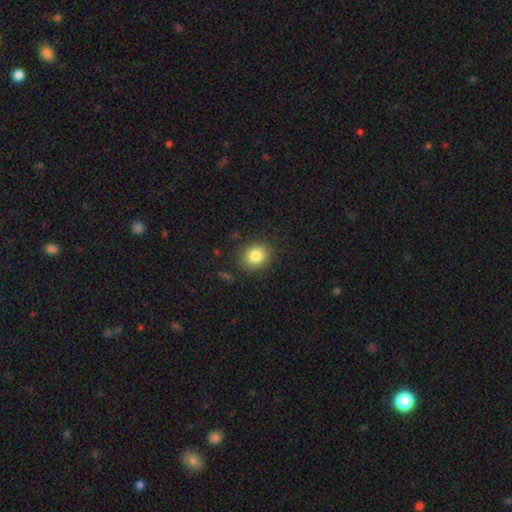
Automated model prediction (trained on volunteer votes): Q: Smooth or featured?
A: smooth (83%); runner-up: star or artifact (10%)
Q: How rounded?
A: round (65%); runner-up: in between (34%)
Q: Merging?
A: none (86%); runner-up: minor disturbance (10%)